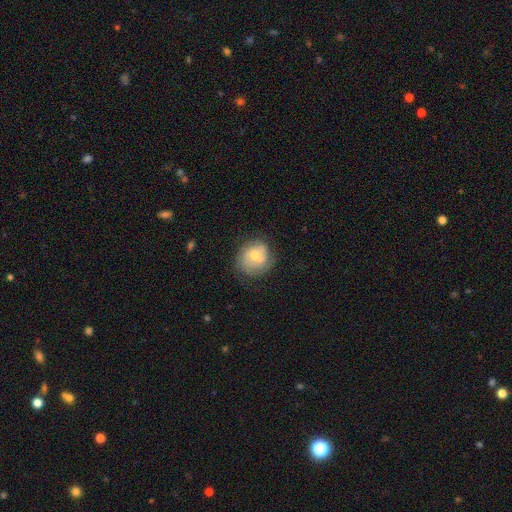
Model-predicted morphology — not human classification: A smooth galaxy with no disk features (49%).

Vote fractions:
- Smooth or featured? smooth: 49% / featured or disk: 43% / star or artifact: 8%
- Merging? none: 62% / minor disturbance: 23% / major disturbance: 9% / merger: 6%